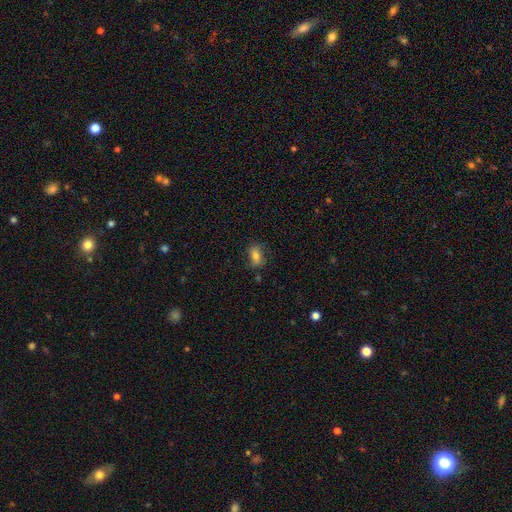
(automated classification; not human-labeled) Smooth or featured? smooth (69%)
How rounded? in between (82%)
Merging? none (72%)